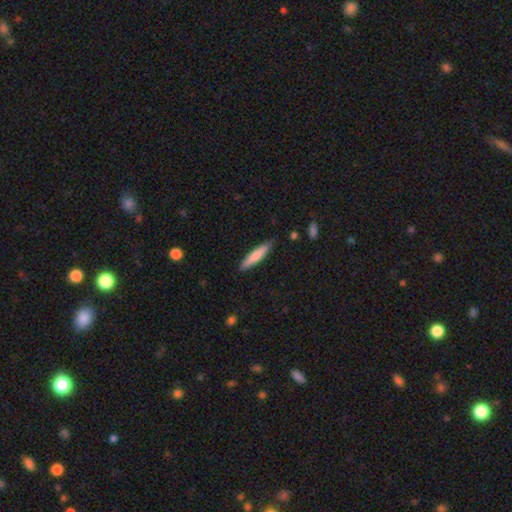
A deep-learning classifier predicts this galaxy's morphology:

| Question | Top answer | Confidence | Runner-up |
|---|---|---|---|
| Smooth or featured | smooth | 72% | featured or disk (23%) |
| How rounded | cigar-shaped | 87% | in between (12%) |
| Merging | none | 86% | minor disturbance (11%) |